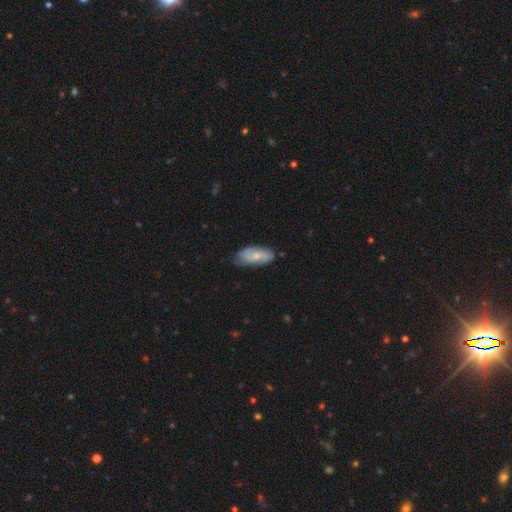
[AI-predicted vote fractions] A smooth galaxy with no disk features (51%) that is in between round and cigar-shaped (88%).

Vote fractions:
- Smooth or featured? smooth: 51% / featured or disk: 43% / star or artifact: 6%
- How rounded? in between: 88% / cigar-shaped: 9% / round: 3%
- Merging? none: 64% / minor disturbance: 29% / major disturbance: 5% / merger: 2%